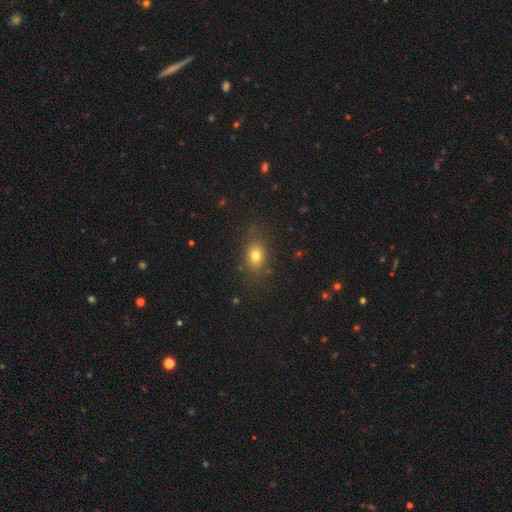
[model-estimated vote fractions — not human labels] Smooth or featured? Predicted: smooth (p=0.76). How rounded? Predicted: in between (p=0.68). Merging? Predicted: none (p=0.79).